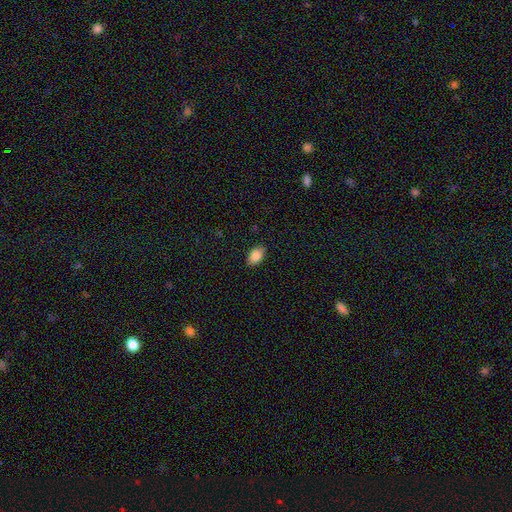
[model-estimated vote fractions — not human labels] Smooth or featured? Predicted: smooth (p=0.85). How rounded? Predicted: in between (p=0.90). Merging? Predicted: none (p=0.88).